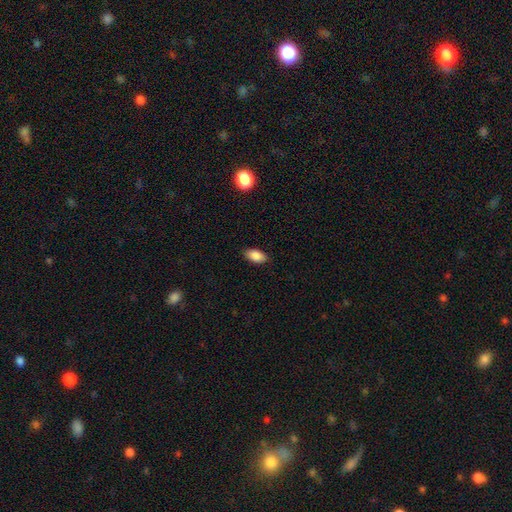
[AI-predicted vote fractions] Q: Smooth or featured?
A: smooth (87%); runner-up: star or artifact (8%)
Q: How rounded?
A: in between (92%); runner-up: round (5%)
Q: Merging?
A: none (87%); runner-up: minor disturbance (10%)